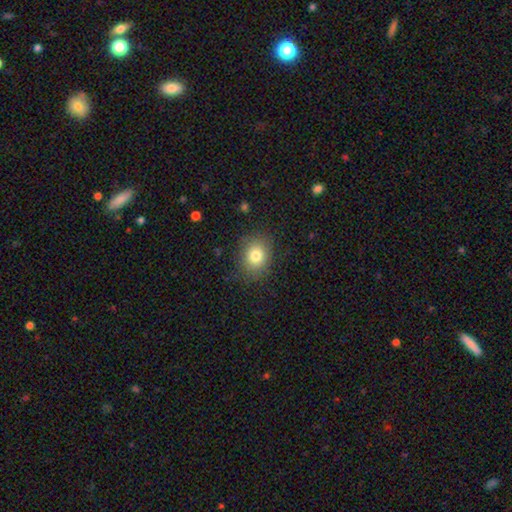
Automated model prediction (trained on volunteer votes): smooth_or_featured: smooth (p=0.80) [alt: star or artifact p=0.11]
how_rounded: round (p=0.58) [alt: in between p=0.41]
merging: none (p=0.83) [alt: minor disturbance p=0.12]